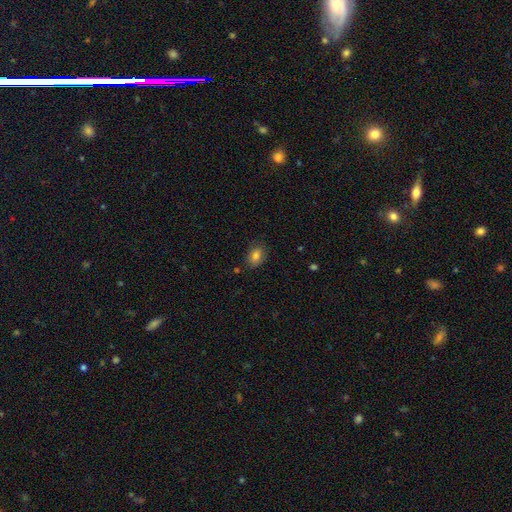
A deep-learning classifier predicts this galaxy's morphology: The model was most divided on "how rounded": in between: 76%, round: 23%, cigar-shaped: 1%. More confident: merging — none (82%); smooth or featured — smooth (82%).